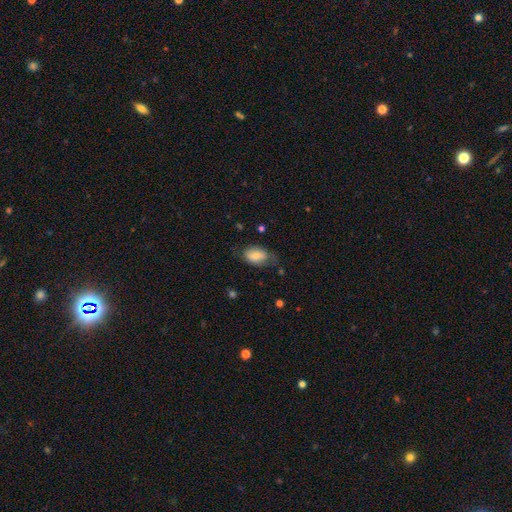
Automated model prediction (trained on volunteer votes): smooth-or-featured: smooth: 78% | featured or disk: 15% | star or artifact: 7%
  how-rounded: in between: 89% | round: 9% | cigar-shaped: 2%
  merging: none: 55% | minor disturbance: 31% | major disturbance: 12% | merger: 2%